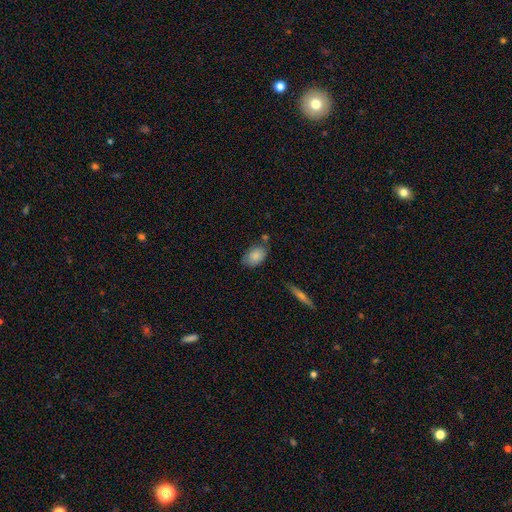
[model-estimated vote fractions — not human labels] A smooth galaxy with no disk features (83%) that is in between round and cigar-shaped (87%).

Vote fractions:
- Smooth or featured? smooth: 83% / featured or disk: 10% / star or artifact: 7%
- How rounded? in between: 87% / round: 11% / cigar-shaped: 2%
- Merging? none: 64% / minor disturbance: 24% / merger: 8% / major disturbance: 5%